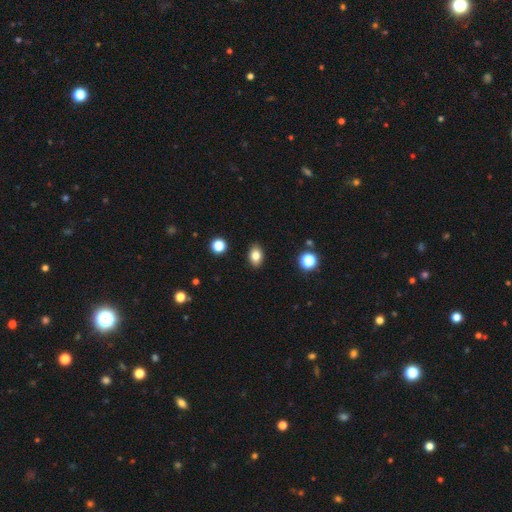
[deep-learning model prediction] This appears to be a smooth galaxy with no disk features (82%) that is in between round and cigar-shaped (83%). Merging: none (89%).